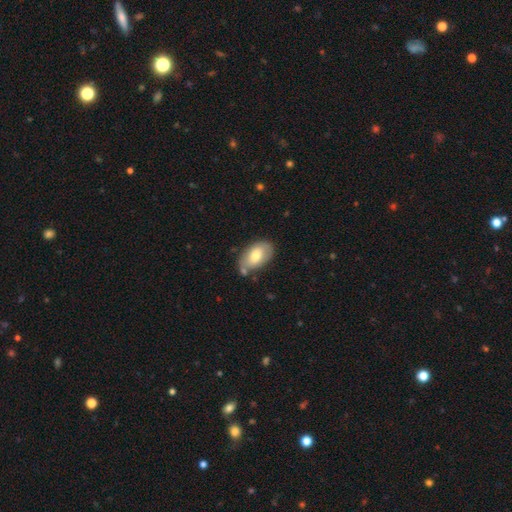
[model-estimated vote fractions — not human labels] Smooth or featured? Predicted: smooth (p=0.67). How rounded? Predicted: in between (p=0.93). Merging? Predicted: none (p=0.67).